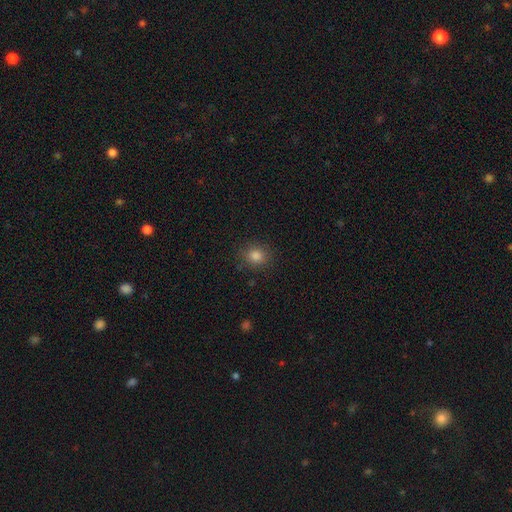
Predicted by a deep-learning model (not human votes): Morphology: type=smooth (84%); roundness=round (77%); merging=none (87%).